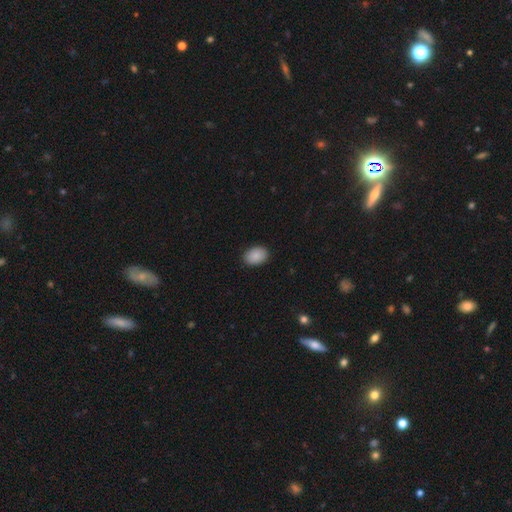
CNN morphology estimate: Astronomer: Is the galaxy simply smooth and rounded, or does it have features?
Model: smooth — 89%.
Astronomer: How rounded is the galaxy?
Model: in between — 82%.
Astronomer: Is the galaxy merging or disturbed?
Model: none — 90%.